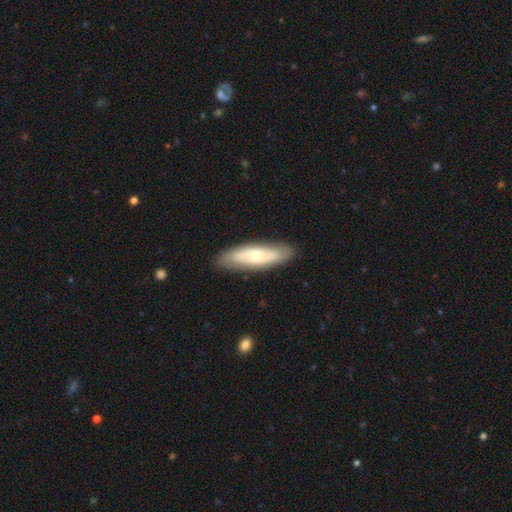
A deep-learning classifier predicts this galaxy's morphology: smooth_or_featured: featured or disk (p=0.52) [alt: smooth p=0.44]
disk_edge_on: no (p=0.70) [alt: yes p=0.30]
merging: none (p=0.86) [alt: minor disturbance p=0.10]